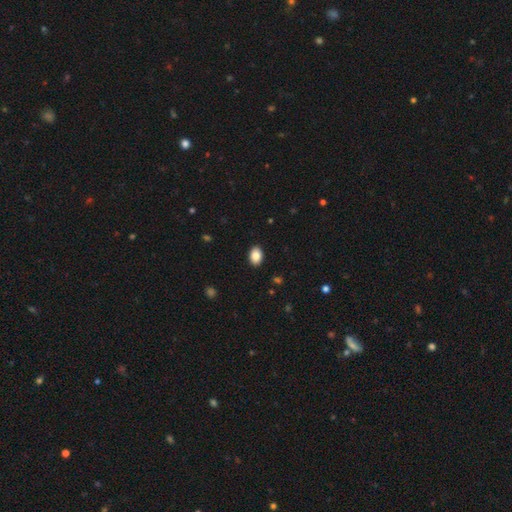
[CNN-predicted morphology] This is clearly a smooth galaxy (86%). How rounded: clearly in between (81%). Merging: clearly none (90%).